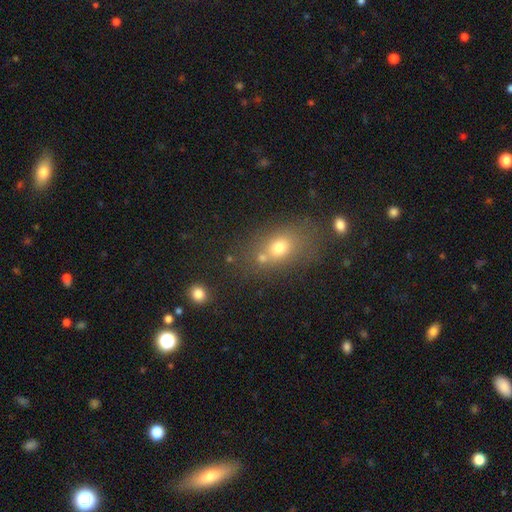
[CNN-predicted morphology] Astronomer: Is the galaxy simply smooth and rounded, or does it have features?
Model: smooth — 57%.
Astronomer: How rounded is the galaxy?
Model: in between — 65%.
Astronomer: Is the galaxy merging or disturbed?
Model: none — 74%.